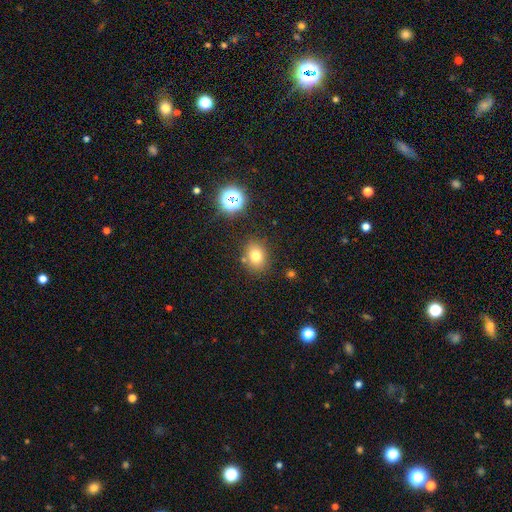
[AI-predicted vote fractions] smooth-or-featured: smooth: 75% | star or artifact: 16% | featured or disk: 9%
  how-rounded: round: 56% | in between: 43% | cigar-shaped: 1%
  merging: none: 80% | minor disturbance: 11% | merger: 5% | major disturbance: 3%